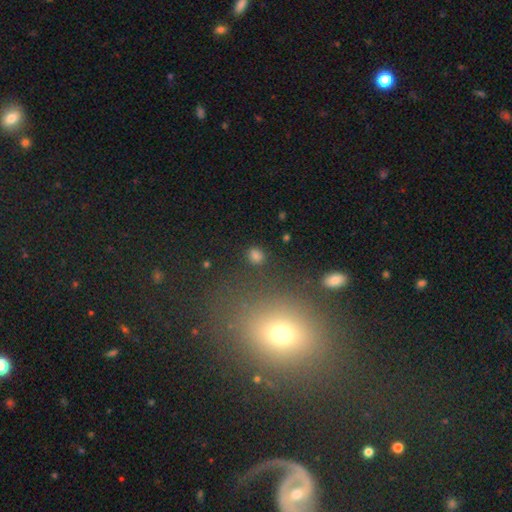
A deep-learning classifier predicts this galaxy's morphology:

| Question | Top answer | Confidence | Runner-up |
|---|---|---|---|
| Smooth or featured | smooth | 76% | star or artifact (18%) |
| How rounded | round | 78% | in between (21%) |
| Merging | none | 84% | minor disturbance (9%) |